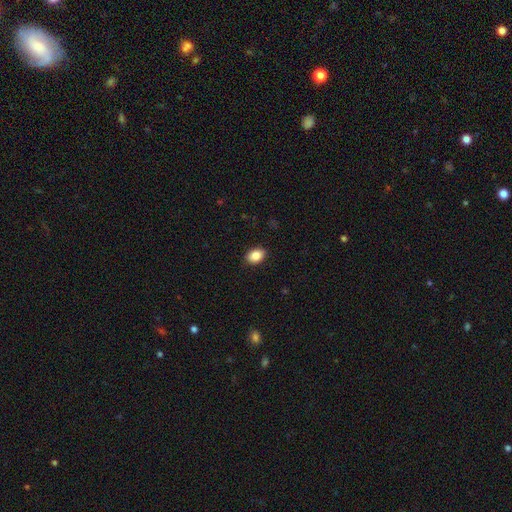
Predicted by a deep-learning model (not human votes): Morphology: type=smooth (87%); roundness=in between (81%); merging=none (89%).